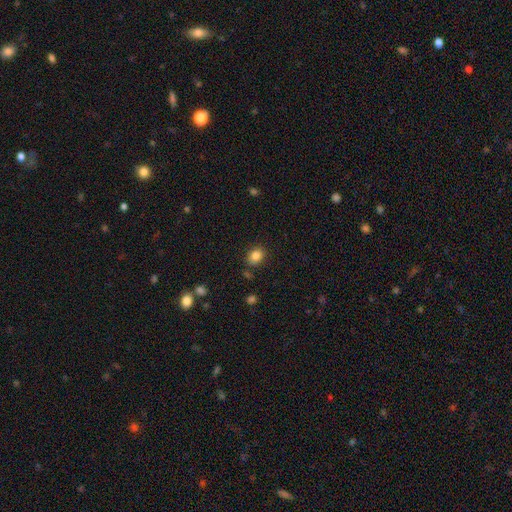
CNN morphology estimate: The model was most divided on "how rounded": in between: 50%, round: 49%, cigar-shaped: 1%. More confident: smooth or featured — smooth (84%); merging — none (81%).